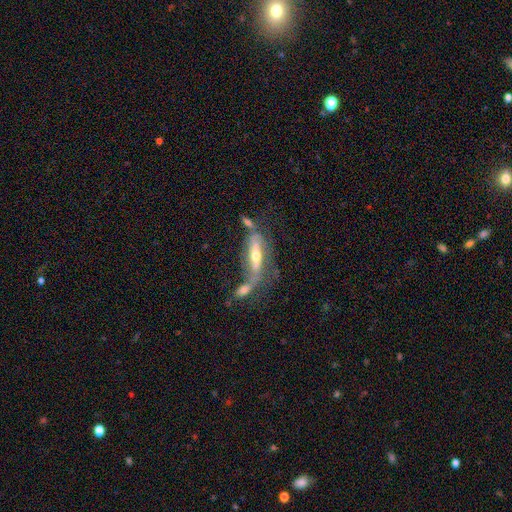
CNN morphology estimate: featured or disk 70%, smooth 22%, star or artifact 8%. Down the decision tree: edge-on disk — no (50%, tied with yes); merging — merger (39%).